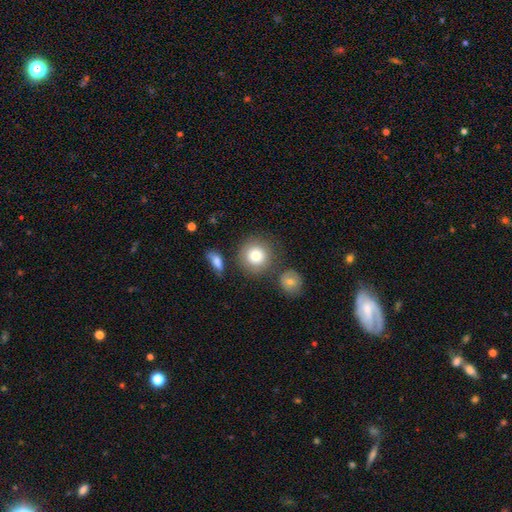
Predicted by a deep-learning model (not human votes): Smooth or featured? Predicted: smooth (p=0.78). How rounded? Predicted: round (p=0.93). Merging? Predicted: none (p=0.76).